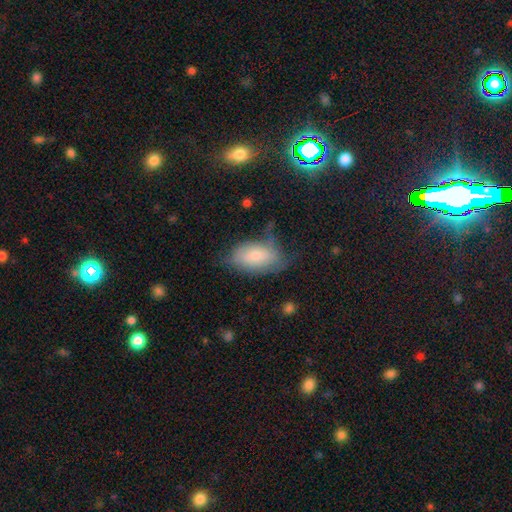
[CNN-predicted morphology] smooth_or_featured: smooth (p=0.68) [alt: featured or disk p=0.25]
how_rounded: in between (p=0.93) [alt: round p=0.05]
merging: none (p=0.49) [alt: minor disturbance p=0.33]